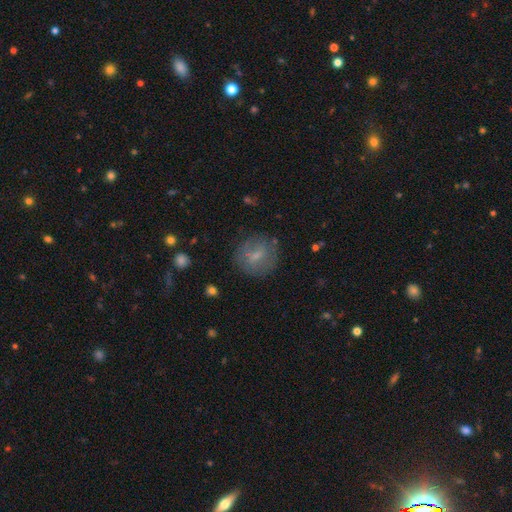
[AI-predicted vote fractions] This appears to be a smooth galaxy with no disk features (61%) that is round (81%). Merging: none (78%).